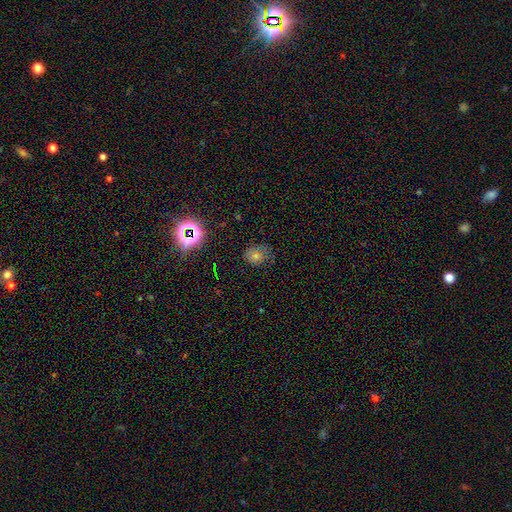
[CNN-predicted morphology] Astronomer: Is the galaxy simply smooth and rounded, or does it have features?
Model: smooth — 52% (runner-up: star or artifact, 32%).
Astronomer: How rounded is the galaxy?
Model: round — 62%.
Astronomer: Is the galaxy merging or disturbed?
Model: none — 70%.